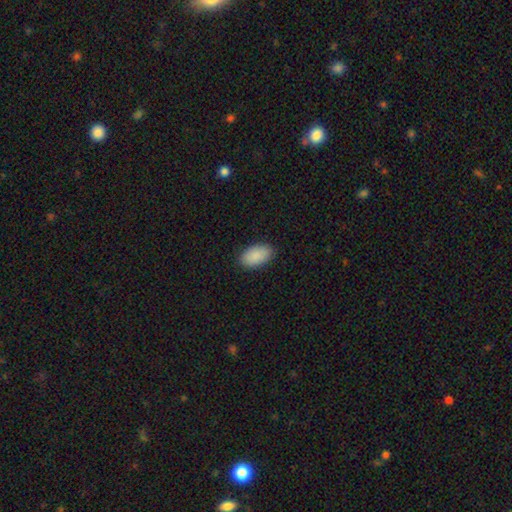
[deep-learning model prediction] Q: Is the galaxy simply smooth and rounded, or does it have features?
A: smooth — 91%.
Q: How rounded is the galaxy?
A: in between — 95%.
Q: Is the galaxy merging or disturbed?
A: none — 89%.